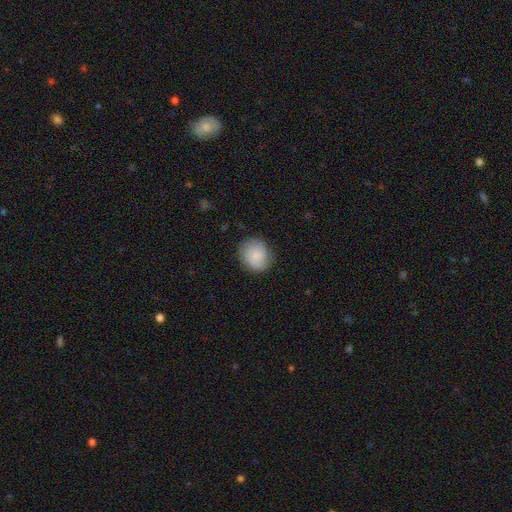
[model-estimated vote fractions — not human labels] smooth-or-featured: smooth: 67% | featured or disk: 26% | star or artifact: 7%
  how-rounded: round: 75% | in between: 24% | cigar-shaped: 1%
  merging: none: 78% | minor disturbance: 17% | major disturbance: 5% | merger: 1%